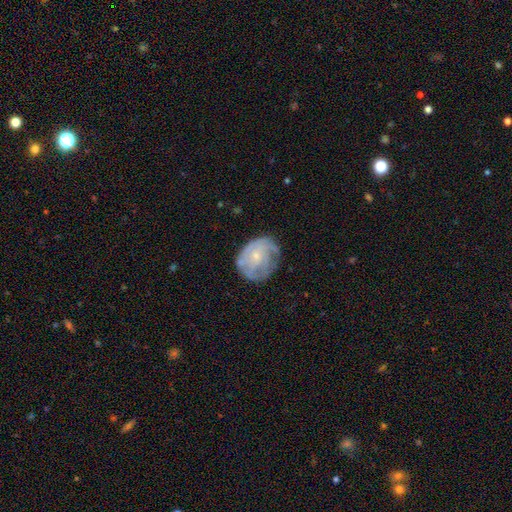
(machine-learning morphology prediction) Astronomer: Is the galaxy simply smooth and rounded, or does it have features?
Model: featured or disk — 61%.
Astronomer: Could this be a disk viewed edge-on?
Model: no — 97%.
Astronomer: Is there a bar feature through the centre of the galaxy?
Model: no — 81%.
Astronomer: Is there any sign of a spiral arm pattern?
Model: yes — 71%.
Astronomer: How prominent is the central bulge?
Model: small — 72%.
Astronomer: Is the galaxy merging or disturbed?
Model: none — 57%.